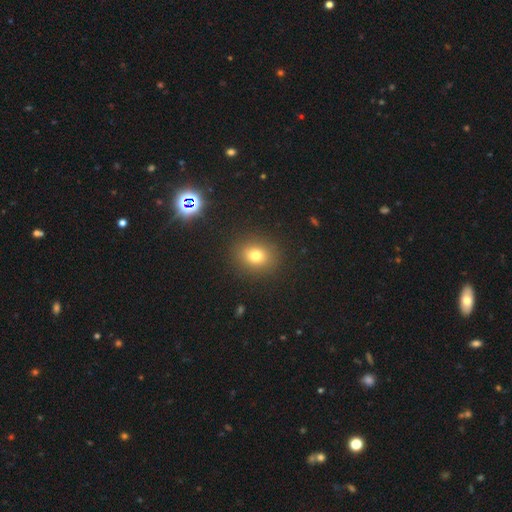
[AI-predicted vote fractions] Morphology: type=smooth (75%); roundness=round (68%); merging=none (88%).